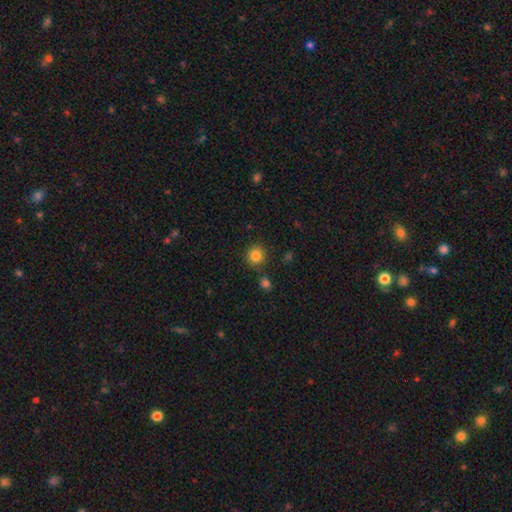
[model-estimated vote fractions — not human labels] A smooth galaxy with no disk features (84%) that is round (90%). Merging: none (84%).